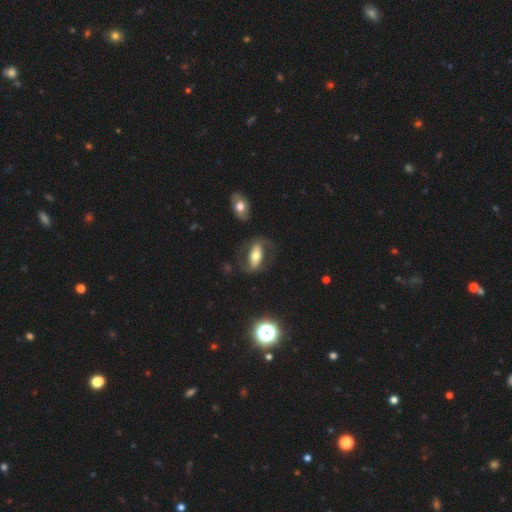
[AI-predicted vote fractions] A featured or disk galaxy (61%).

Vote fractions:
- Smooth or featured? featured or disk: 61% / smooth: 31% / star or artifact: 8%
- Edge-on disk? no: 79% / yes: 21%
- Merging? none: 65% / minor disturbance: 16% / major disturbance: 15% / merger: 4%